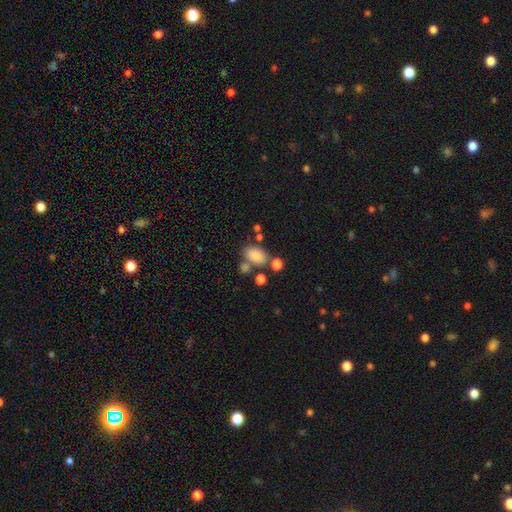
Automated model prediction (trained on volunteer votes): Overall: smooth (82%). How rounded: in between (86%). Merging: none (56%; merger 22%).